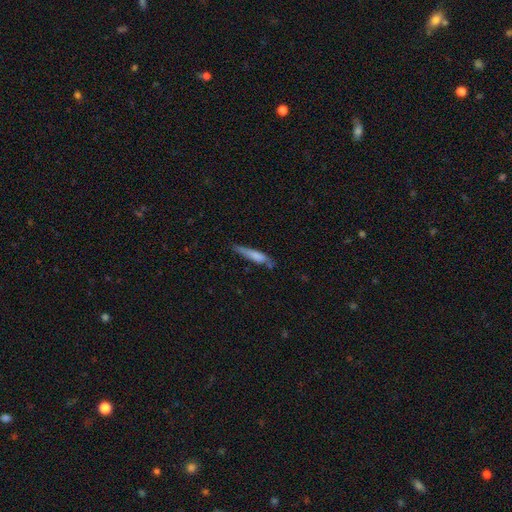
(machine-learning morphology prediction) A smooth galaxy with no disk features (70%) that is cigar-shaped (88%). Merging: none (62%).